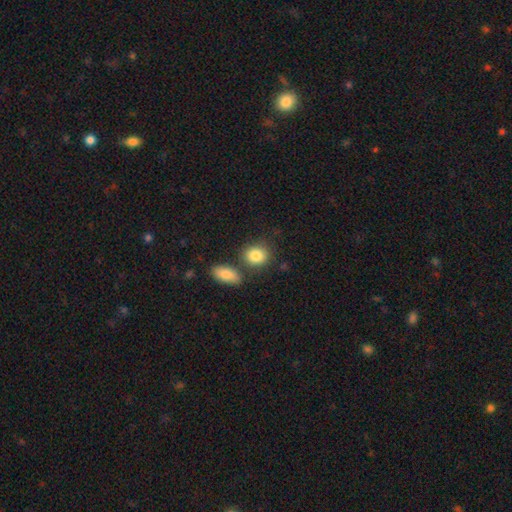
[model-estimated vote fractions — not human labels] Smooth or featured? Predicted: smooth (p=0.86). How rounded? Predicted: round (p=0.55). Merging? Predicted: none (p=0.67).